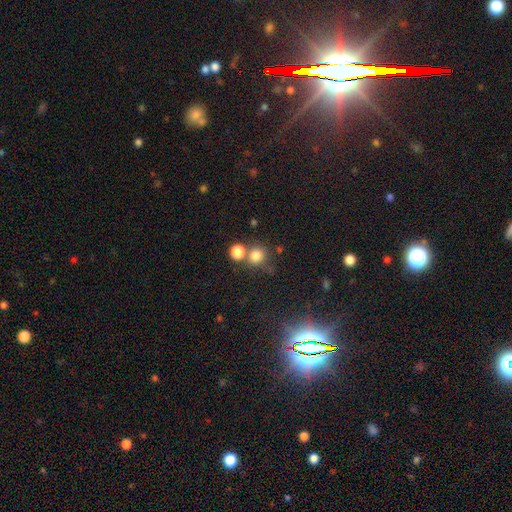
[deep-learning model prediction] A smooth galaxy with no disk features (80%) that is round (88%). Merging: none (60%).